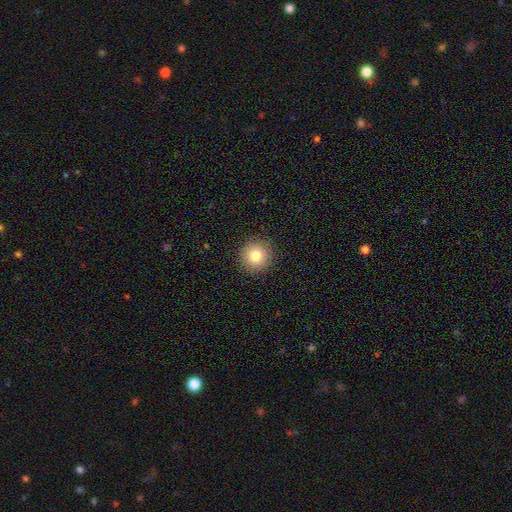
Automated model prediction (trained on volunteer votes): Smooth or featured?
  - smooth: 81% *
  - star or artifact: 11%
  - featured or disk: 8%
How rounded?
  - round: 95% *
  - in between: 4%
  - cigar-shaped: 1%
Merging?
  - none: 92% *
  - minor disturbance: 5%
  - major disturbance: 2%
  - merger: 1%